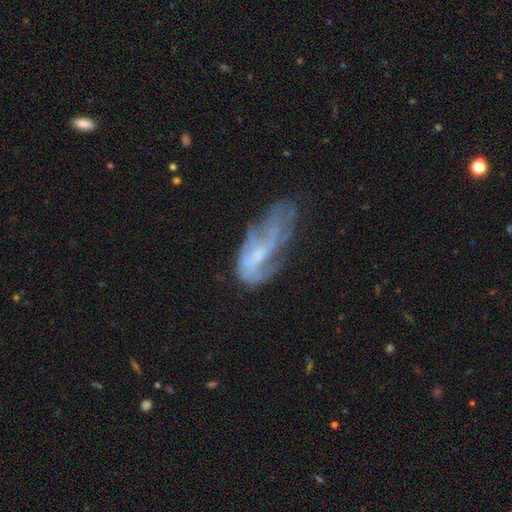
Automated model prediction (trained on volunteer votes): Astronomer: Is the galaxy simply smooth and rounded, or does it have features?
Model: featured or disk — 58%.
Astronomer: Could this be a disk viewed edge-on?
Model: no — 88%.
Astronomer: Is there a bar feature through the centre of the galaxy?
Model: no — 59%.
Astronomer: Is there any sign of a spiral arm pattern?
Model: yes — 53% (runner-up: no, 47%).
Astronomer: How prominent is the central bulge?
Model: none — 40% (runner-up: small, 38%).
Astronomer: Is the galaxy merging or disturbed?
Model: none — 35% (runner-up: major disturbance, 32%).